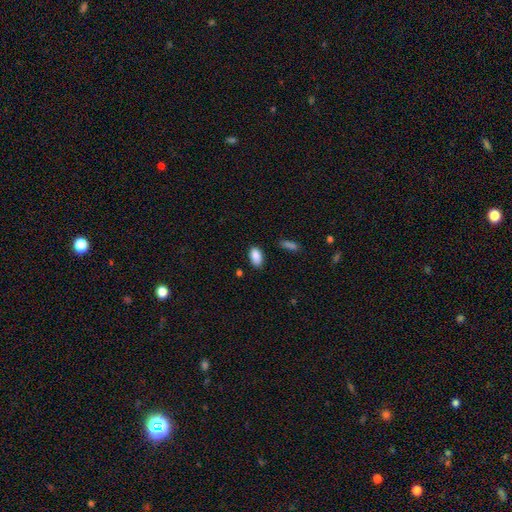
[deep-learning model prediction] A smooth galaxy with no disk features (88%) that is in between round and cigar-shaped (93%).

Vote fractions:
- Smooth or featured? smooth: 88% / star or artifact: 8% / featured or disk: 4%
- How rounded? in between: 93% / round: 4% / cigar-shaped: 3%
- Merging? none: 80% / minor disturbance: 15% / major disturbance: 3% / merger: 2%